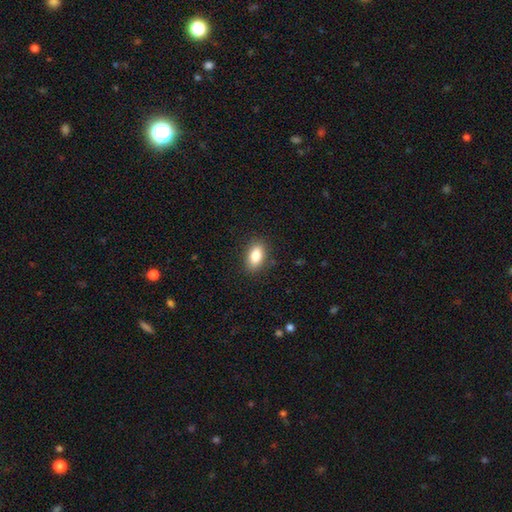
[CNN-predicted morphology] Q: Smooth or featured?
A: smooth (84%); runner-up: featured or disk (8%)
Q: How rounded?
A: in between (88%); runner-up: round (9%)
Q: Merging?
A: none (87%); runner-up: minor disturbance (9%)